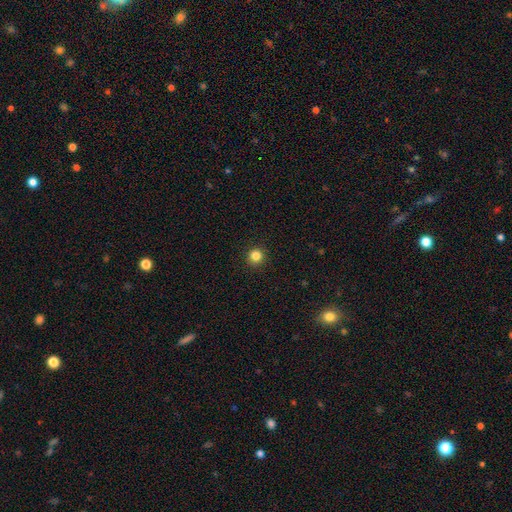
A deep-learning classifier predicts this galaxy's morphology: smooth 83%, star or artifact 12%, featured or disk 4%. Down the decision tree: how rounded — round (95%); merging — none (93%).